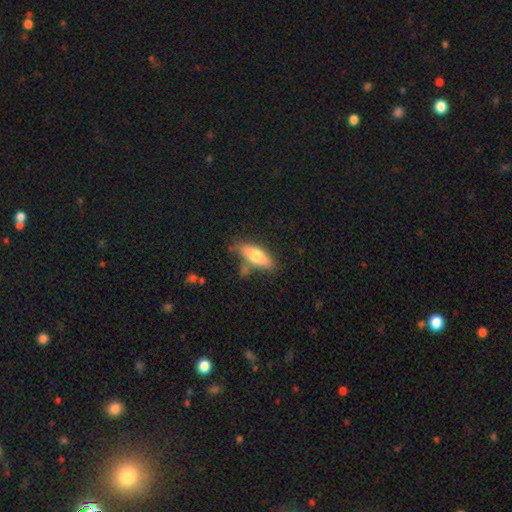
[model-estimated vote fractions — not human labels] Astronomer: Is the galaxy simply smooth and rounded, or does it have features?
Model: smooth — 64%.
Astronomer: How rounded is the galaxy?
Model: in between — 65%.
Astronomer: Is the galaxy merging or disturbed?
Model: none — 64%.